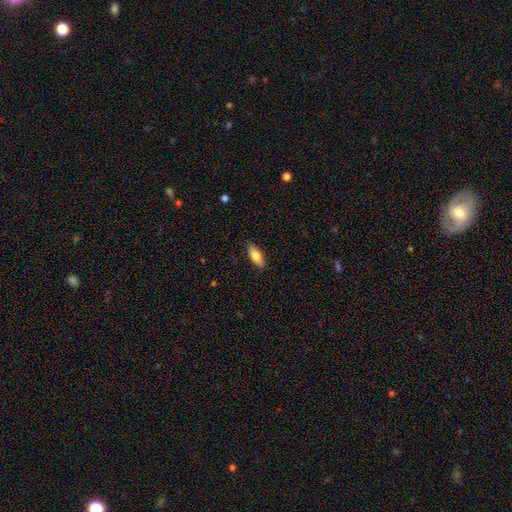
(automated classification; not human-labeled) This appears to be a smooth galaxy with no disk features (78%) that is in between round and cigar-shaped (78%). Merging: none (88%).